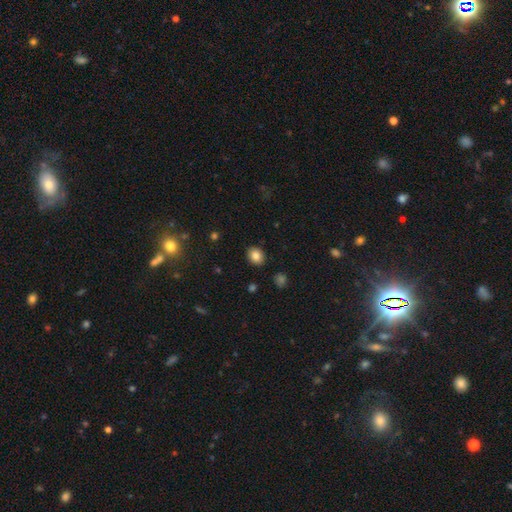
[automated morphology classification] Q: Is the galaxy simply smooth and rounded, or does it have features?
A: smooth — 84%.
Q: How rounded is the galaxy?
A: round — 54%.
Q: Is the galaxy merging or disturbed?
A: none — 88%.